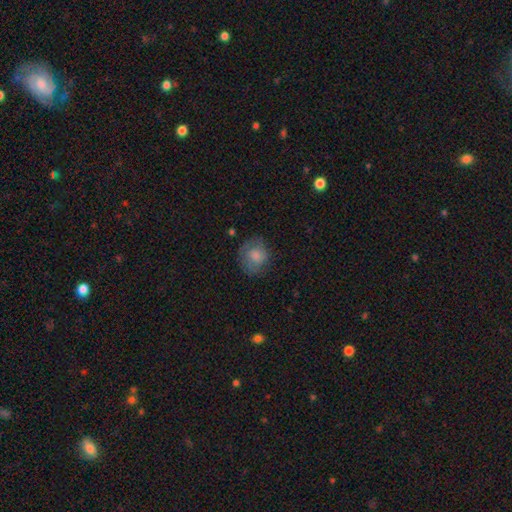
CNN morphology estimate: A smooth galaxy with no disk features (67%) that is round (77%).

Vote fractions:
- Smooth or featured? smooth: 67% / featured or disk: 24% / star or artifact: 8%
- How rounded? round: 77% / in between: 22% / cigar-shaped: 1%
- Merging? none: 65% / minor disturbance: 22% / major disturbance: 11% / merger: 1%